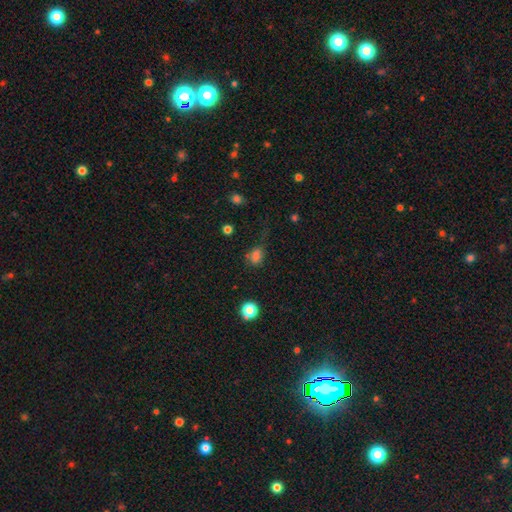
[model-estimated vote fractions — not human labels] smooth_or_featured: smooth (p=0.75) [alt: star or artifact p=0.19]
how_rounded: in between (p=0.55) [alt: round p=0.43]
merging: none (p=0.49) [alt: minor disturbance p=0.27]